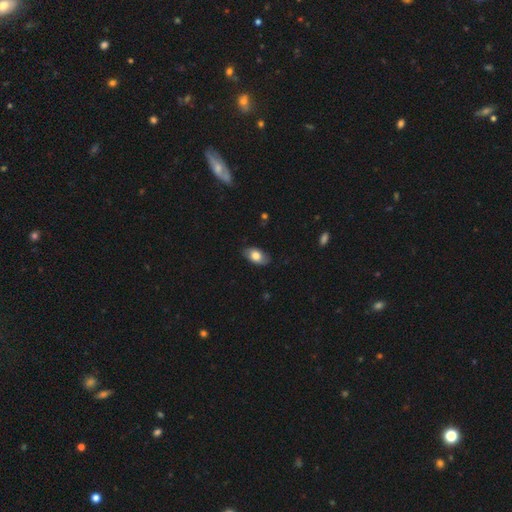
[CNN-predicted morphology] type=smooth (75%); roundness=in between (92%); merging=none (80%).